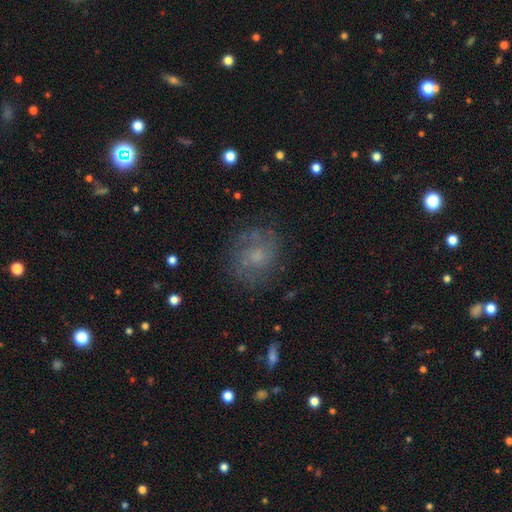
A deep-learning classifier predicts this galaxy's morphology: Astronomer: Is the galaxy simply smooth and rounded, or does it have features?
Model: featured or disk — 56% (runner-up: smooth, 31%).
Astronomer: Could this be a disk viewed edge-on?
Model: no — 97%.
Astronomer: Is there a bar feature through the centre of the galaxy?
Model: no — 72%.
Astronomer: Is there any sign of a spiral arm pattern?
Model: yes — 81%.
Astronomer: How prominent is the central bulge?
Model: small — 39% (runner-up: moderate, 33%).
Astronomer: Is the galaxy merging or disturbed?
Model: none — 75%.